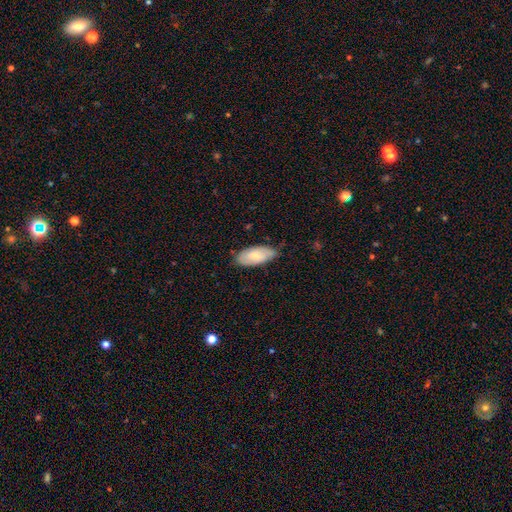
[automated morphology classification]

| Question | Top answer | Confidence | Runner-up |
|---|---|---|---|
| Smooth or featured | smooth | 76% | featured or disk (18%) |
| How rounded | in between | 90% | cigar-shaped (8%) |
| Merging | none | 70% | minor disturbance (25%) |